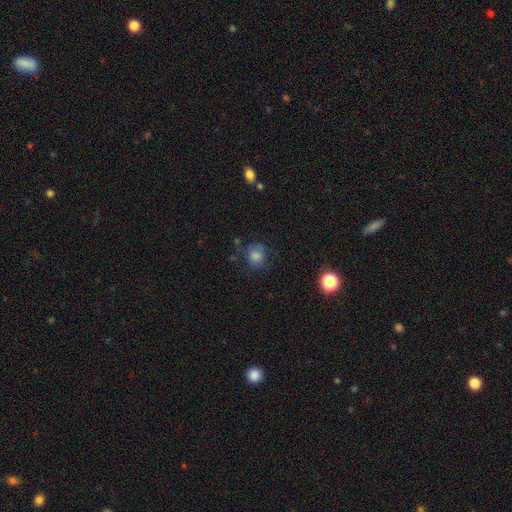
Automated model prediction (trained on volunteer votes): smooth 74%, star or artifact 14%, featured or disk 12%. Down the decision tree: how rounded — round (79%); merging — none (65%).